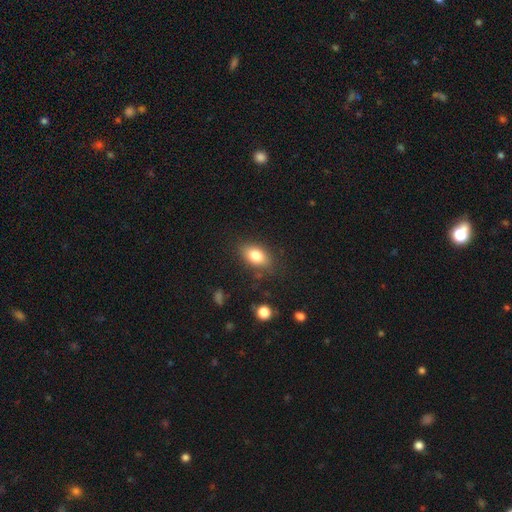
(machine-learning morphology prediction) A smooth galaxy with no disk features (81%) that is in between round and cigar-shaped (87%). Merging: none (80%).